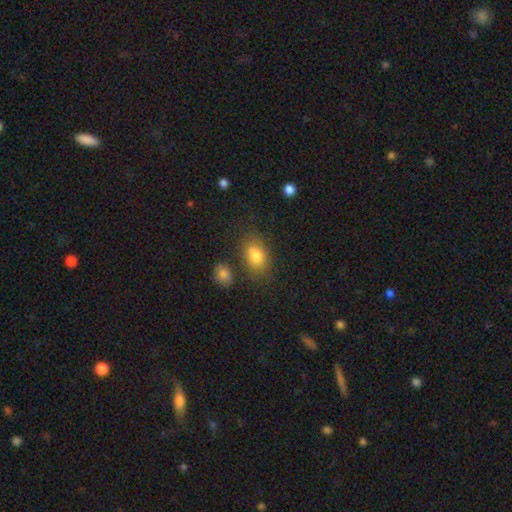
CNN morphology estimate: type=smooth (82%); roundness=in between (83%); merging=none (70%).